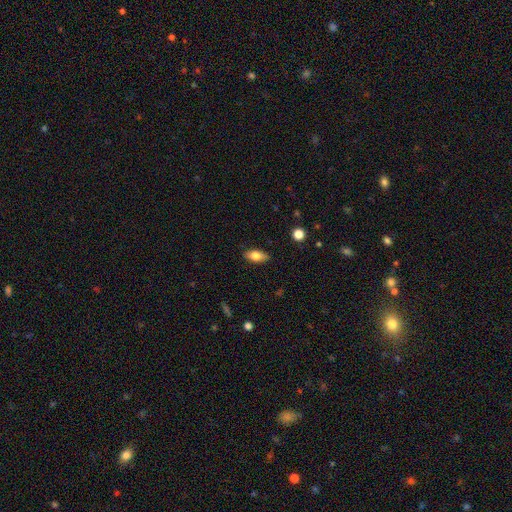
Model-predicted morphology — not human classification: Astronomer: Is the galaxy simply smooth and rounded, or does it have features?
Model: smooth — 74%.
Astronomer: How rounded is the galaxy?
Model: in between — 85%.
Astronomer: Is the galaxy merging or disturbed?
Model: none — 86%.